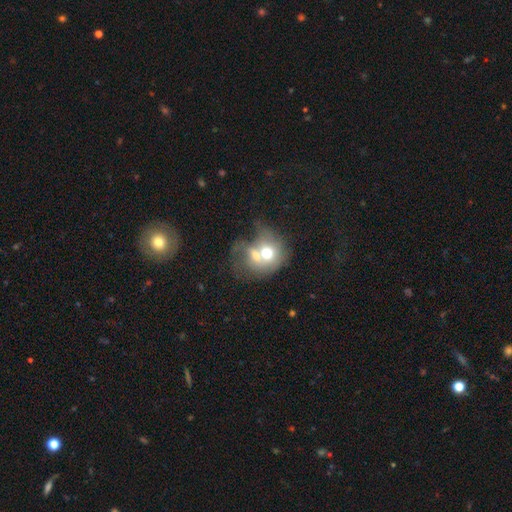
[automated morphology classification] Overall: smooth (58%; featured or disk 32%). How rounded: round (62%; in between 36%). Merging: merger (63%).